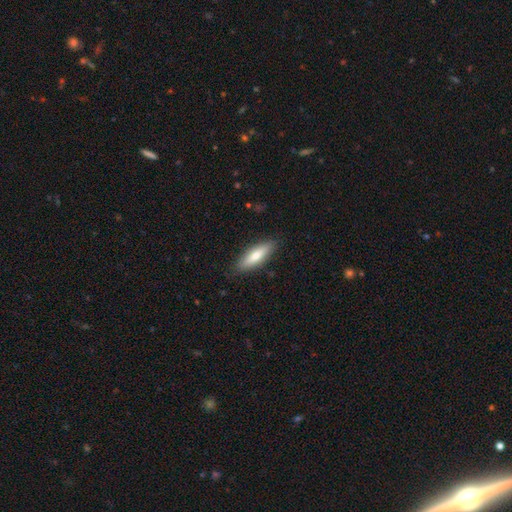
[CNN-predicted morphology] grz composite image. It shows a smooth galaxy with no disk features (72%) that is cigar-shaped (52%). Merging: none (86%).